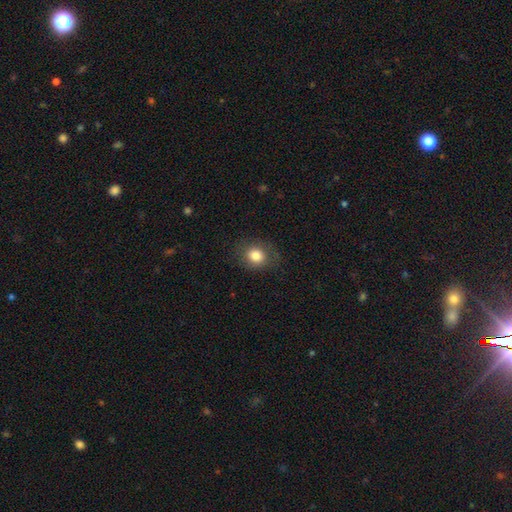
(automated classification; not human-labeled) The model was most divided on "how rounded": round: 63%, in between: 36%, cigar-shaped: 1%. More confident: smooth or featured — smooth (82%); merging — none (80%).